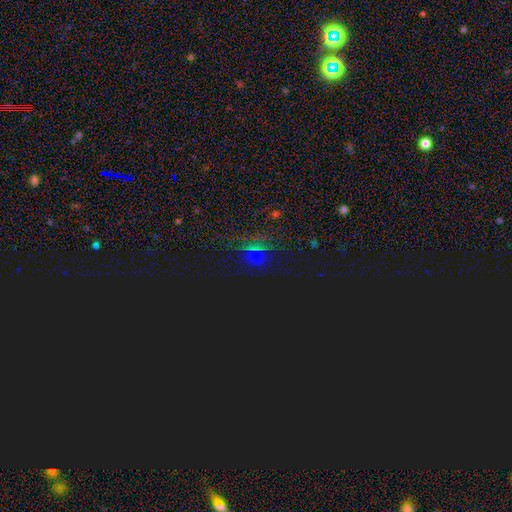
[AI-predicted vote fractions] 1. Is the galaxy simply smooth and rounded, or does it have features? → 64% star or artifact, 29% smooth, 7% featured or disk.